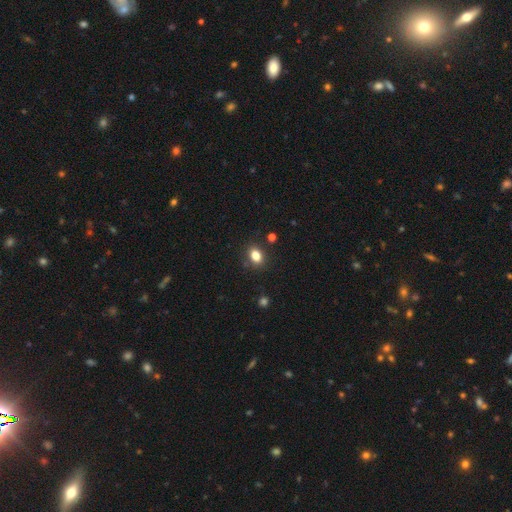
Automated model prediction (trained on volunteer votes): Smooth or featured?
  - smooth: 83% *
  - star or artifact: 11%
  - featured or disk: 6%
How rounded?
  - in between: 71% *
  - round: 27%
  - cigar-shaped: 1%
Merging?
  - none: 84% *
  - minor disturbance: 10%
  - merger: 3%
  - major disturbance: 3%